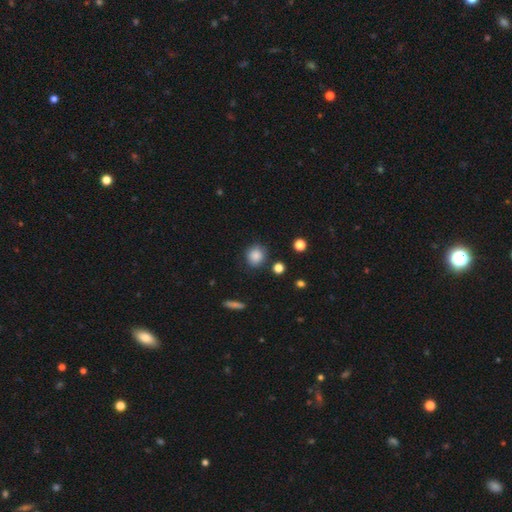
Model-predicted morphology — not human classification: This appears to be a smooth galaxy with no disk features (85%) that is round (84%). Merging: none (82%).